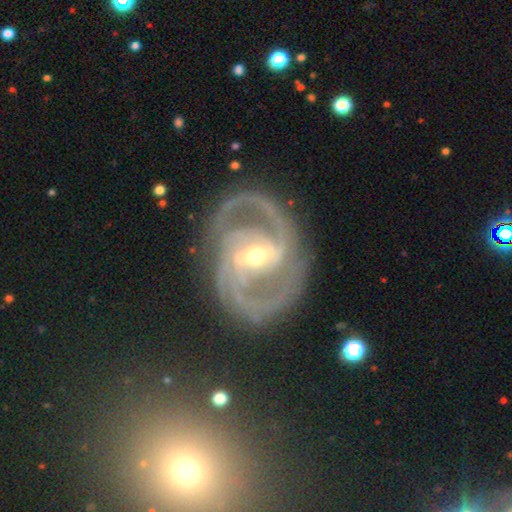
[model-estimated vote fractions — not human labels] A featured or disk galaxy (93%) with a strong bar (55%), 2 (64%) medium (51%) spiral arms (98%) and a moderate central bulge (50%). Merging: none (80%).